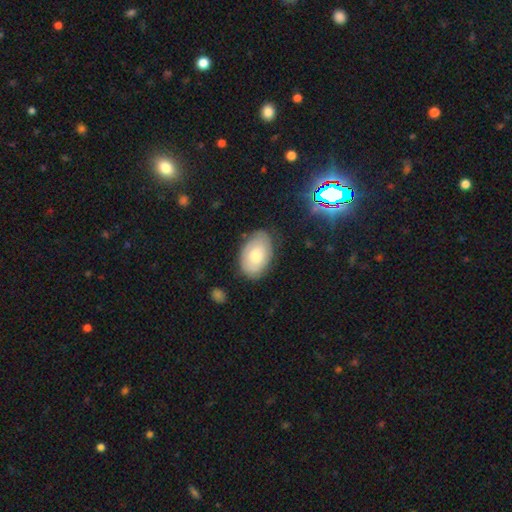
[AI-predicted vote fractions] Overall: smooth (61%; featured or disk 33%). How rounded: in between (90%). Merging: none (75%).